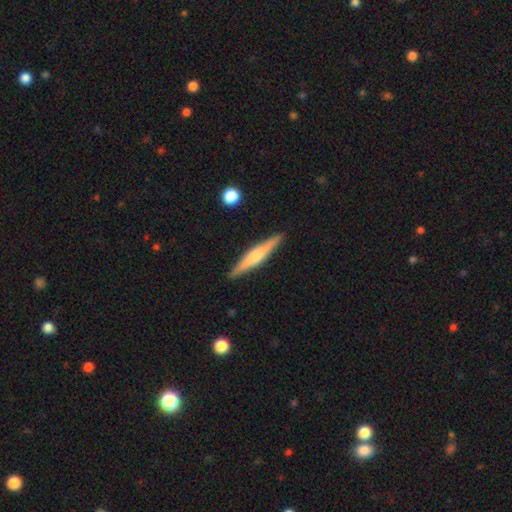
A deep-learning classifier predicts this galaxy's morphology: A featured or disk galaxy (58%) viewed edge-on (97%) with a rounded central bulge (77%). Merging: none (91%).